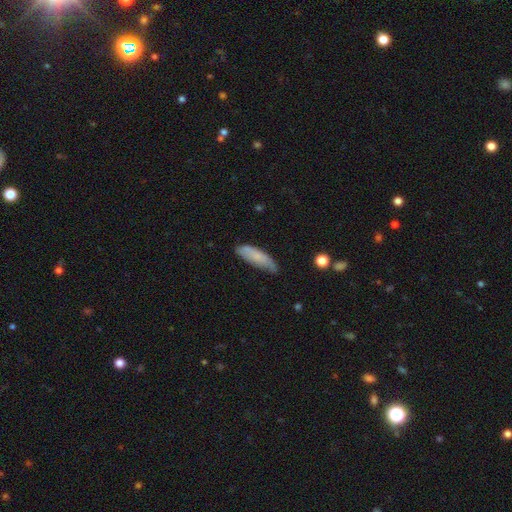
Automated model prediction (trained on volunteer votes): Smooth or featured: smooth — 74% (featured or disk — 19%)
How rounded: cigar-shaped — 55% (in between — 43%)
Merging: none — 62% (minor disturbance — 30%)